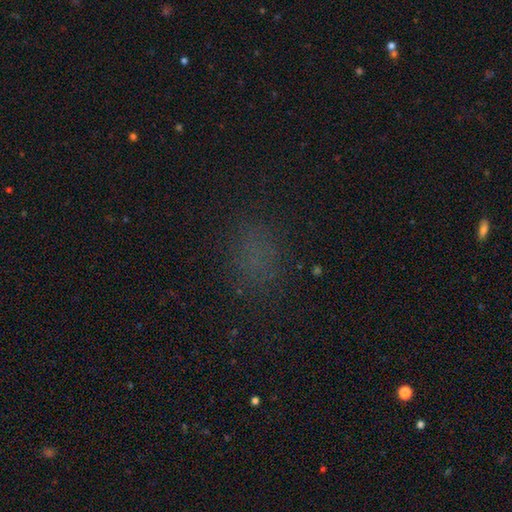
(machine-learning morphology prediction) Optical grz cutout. It shows a smooth galaxy with no disk features (58%) that is in between round and cigar-shaped (54%). Merging: none (79%).